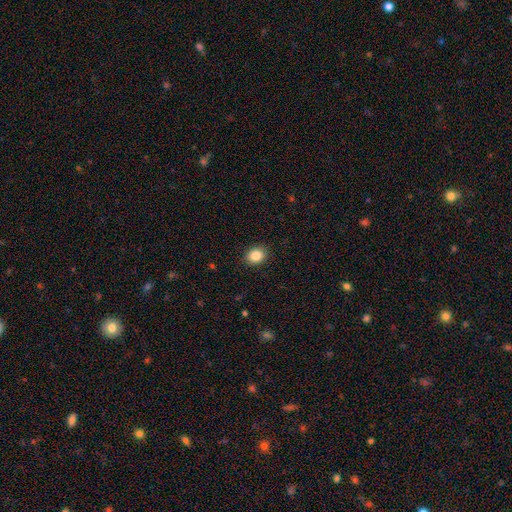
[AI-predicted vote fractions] smooth_or_featured: smooth (p=0.87) [alt: star or artifact p=0.09]
how_rounded: round (p=0.50) [alt: in between p=0.49]
merging: none (p=0.89) [alt: minor disturbance p=0.08]